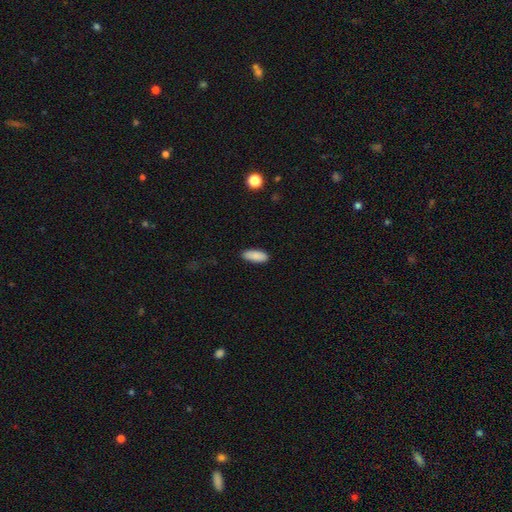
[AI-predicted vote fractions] smooth_or_featured: smooth (p=0.89) [alt: star or artifact p=0.06]
how_rounded: in between (p=0.79) [alt: cigar-shaped p=0.20]
merging: none (p=0.88) [alt: minor disturbance p=0.09]